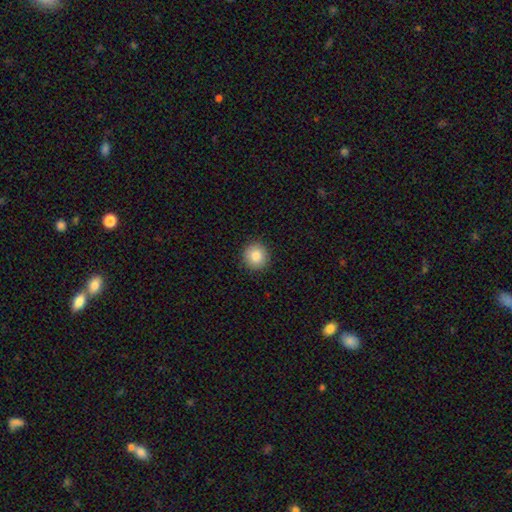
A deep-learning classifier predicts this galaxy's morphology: Smooth or featured: smooth — 85% (star or artifact — 9%)
How rounded: round — 94% (in between — 5%)
Merging: none — 92% (minor disturbance — 5%)